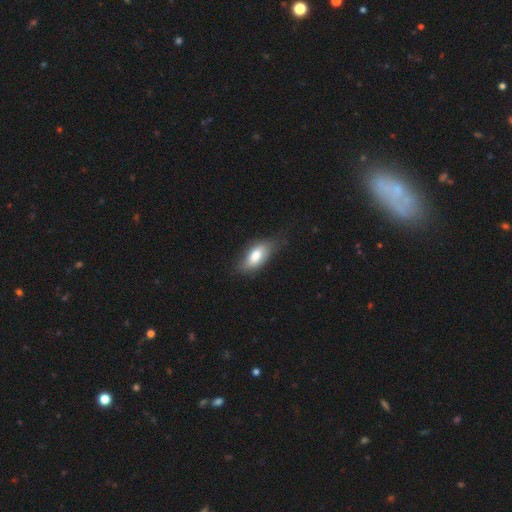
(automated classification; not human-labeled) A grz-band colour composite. It shows a smooth galaxy with no disk features (75%) that is in between round and cigar-shaped (85%). Merging: none (65%).